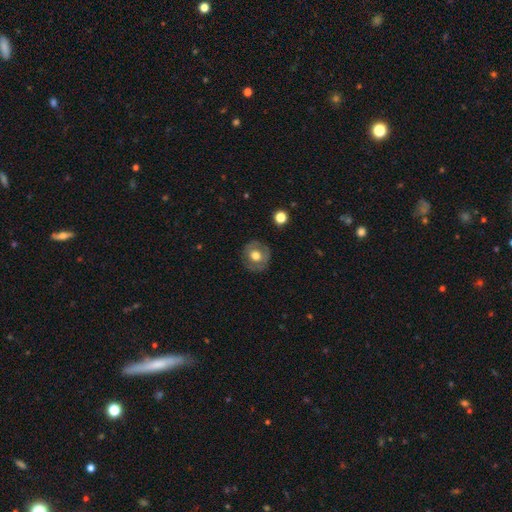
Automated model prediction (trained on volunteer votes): smooth_or_featured: smooth (p=0.58) [alt: featured or disk p=0.34]
how_rounded: round (p=0.87) [alt: in between p=0.12]
merging: none (p=0.83) [alt: minor disturbance p=0.12]